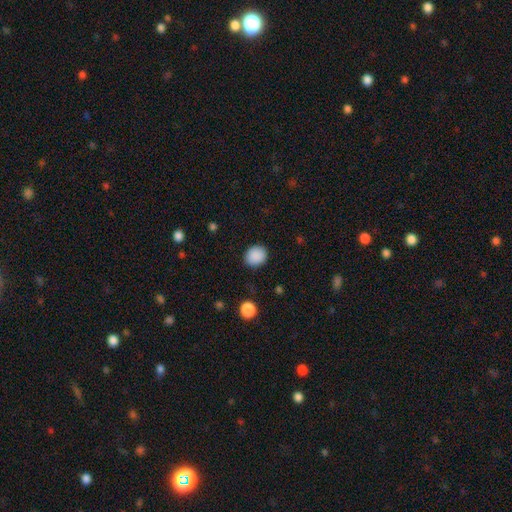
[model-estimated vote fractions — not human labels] Smooth or featured?
  - smooth: 89% *
  - star or artifact: 9%
  - featured or disk: 3%
How rounded?
  - round: 73% *
  - in between: 27%
  - cigar-shaped: 1%
Merging?
  - none: 87% *
  - minor disturbance: 9%
  - major disturbance: 3%
  - merger: 1%